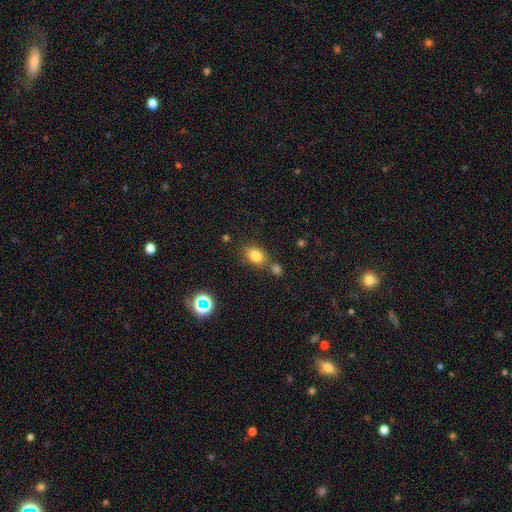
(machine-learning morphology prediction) This appears to be a smooth galaxy with no disk features (80%) that is in between round and cigar-shaped (73%). Merging: none (67%).